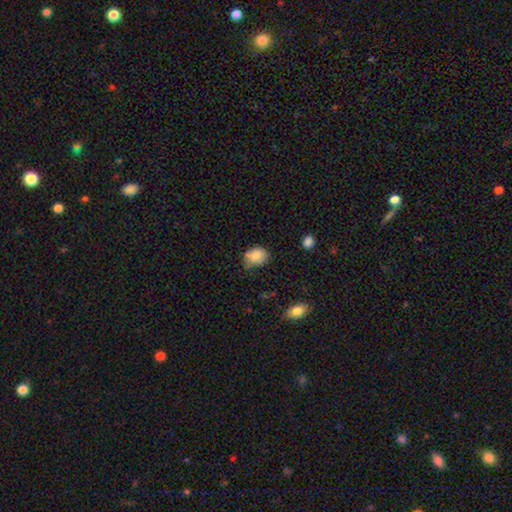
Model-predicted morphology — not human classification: smooth_or_featured: smooth (p=0.83) [alt: featured or disk p=0.09]
how_rounded: in between (p=0.54) [alt: round p=0.45]
merging: none (p=0.53) [alt: minor disturbance p=0.35]